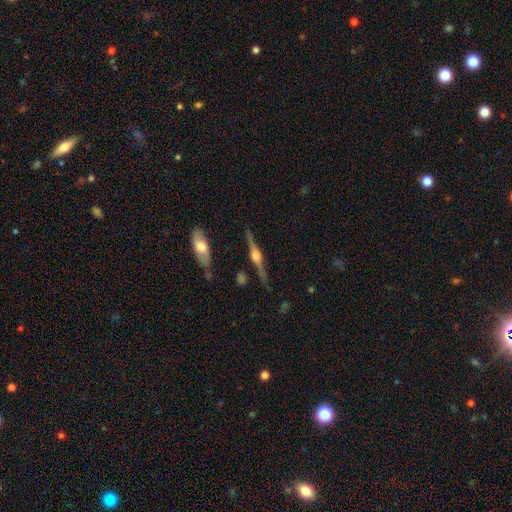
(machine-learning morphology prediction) smooth-or-featured: featured or disk: 87% | smooth: 8% | star or artifact: 5%
  disk-edge-on: yes: 98% | no: 2%
    edge-on-bulge: rounded: 91% | boxy: 7% | none: 2%
  merging: none: 86% | minor disturbance: 9% | merger: 2% | major disturbance: 2%